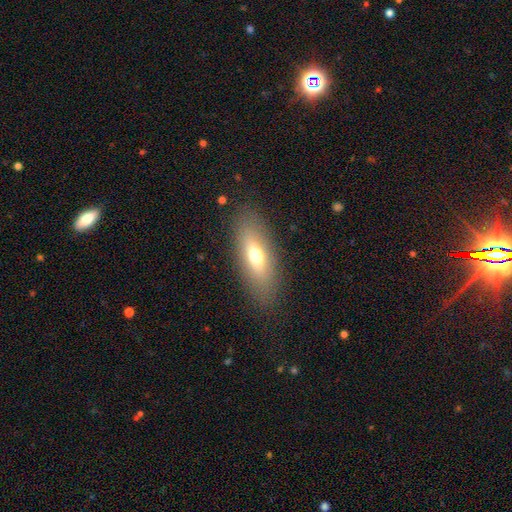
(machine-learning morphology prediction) A smooth galaxy with no disk features (64%) that is in between round and cigar-shaped (67%). Merging: none (85%).